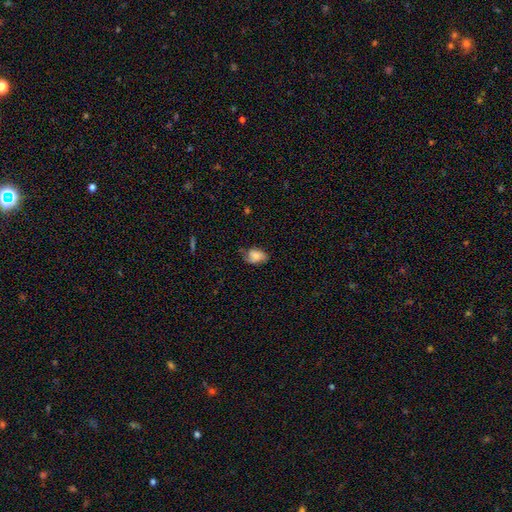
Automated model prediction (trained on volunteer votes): Smooth or featured: smooth — 62% (featured or disk — 30%)
How rounded: in between — 83% (round — 16%)
Merging: none — 57% (minor disturbance — 31%)